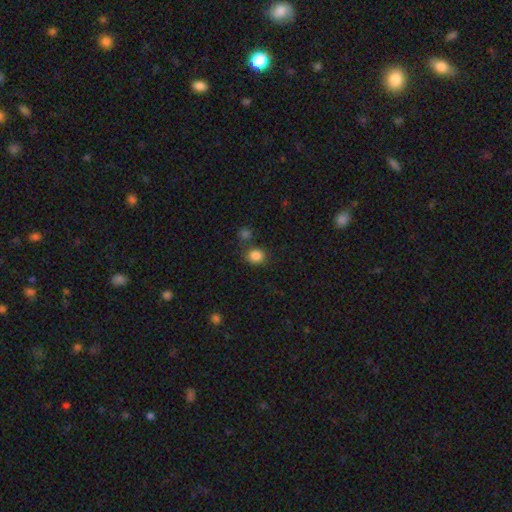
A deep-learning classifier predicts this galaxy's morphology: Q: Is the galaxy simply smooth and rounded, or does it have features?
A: smooth — 85%.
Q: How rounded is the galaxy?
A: round — 73%.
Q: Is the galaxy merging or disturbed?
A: none — 70%.